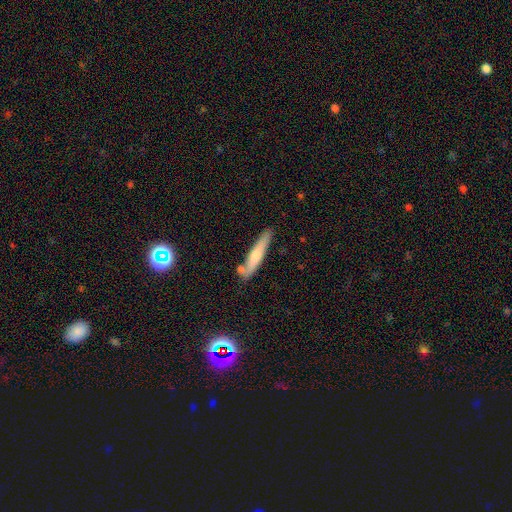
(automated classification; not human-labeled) Smooth or featured? Predicted: smooth (p=0.63). How rounded? Predicted: cigar-shaped (p=0.91). Merging? Predicted: none (p=0.76).